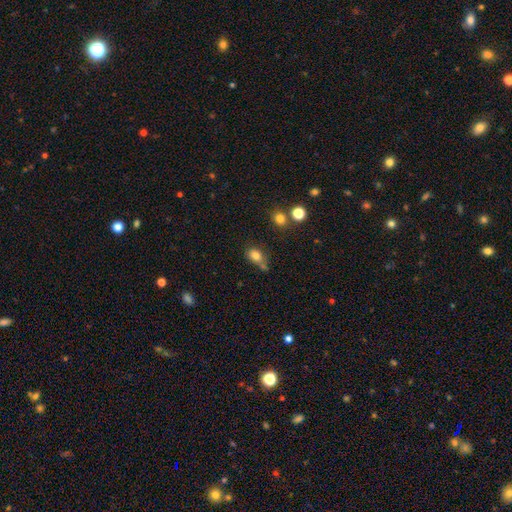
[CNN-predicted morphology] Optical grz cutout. It shows a smooth galaxy with no disk features (80%) that is in between round and cigar-shaped (72%). Merging: none (50%).